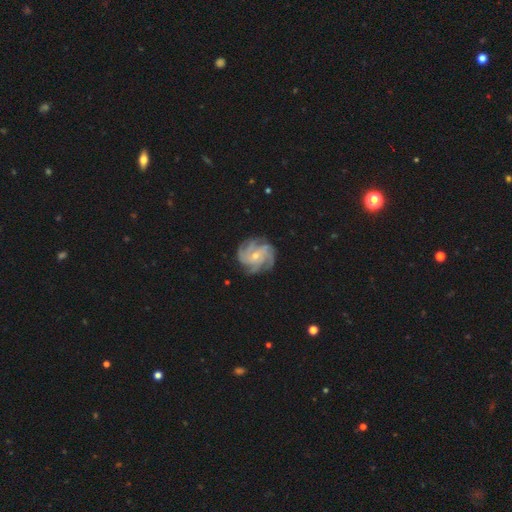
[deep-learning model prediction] A featured or disk galaxy (87%) with no bar (62%), 4 (37%) tight (57%) spiral arms (97%) and a small central bulge (63%).

Vote fractions:
- Smooth or featured? featured or disk: 87% / smooth: 7% / star or artifact: 6%
- Edge-on disk? no: 98% / yes: 2%
- Bar? no: 62% / weak: 31% / strong: 7%
- Spiral arms? yes: 97% / no: 3%
- Spiral winding? tight: 57% / medium: 35% / loose: 8%
- Spiral arm count? 4: 37% / can't tell: 16% / 3: 16% / more than 4: 15% / 2: 8% / 1: 7%
- Bulge size? small: 63% / moderate: 34% / none: 1% / large: 1% / dominant: 1%
- Merging? none: 80% / minor disturbance: 14% / major disturbance: 5% / merger: 1%